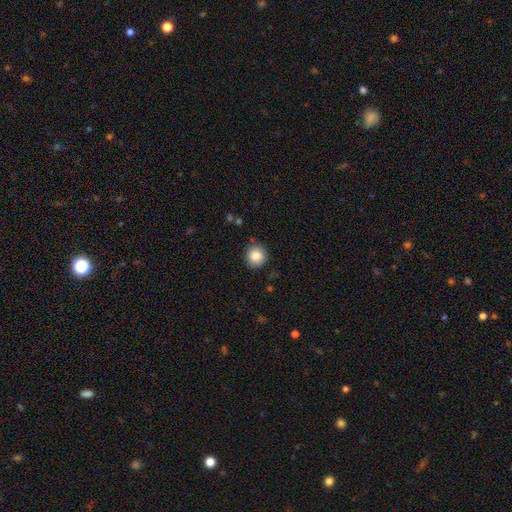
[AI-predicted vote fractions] This is clearly a smooth galaxy (84%). How rounded: clearly round (90%). Merging: clearly none (88%).